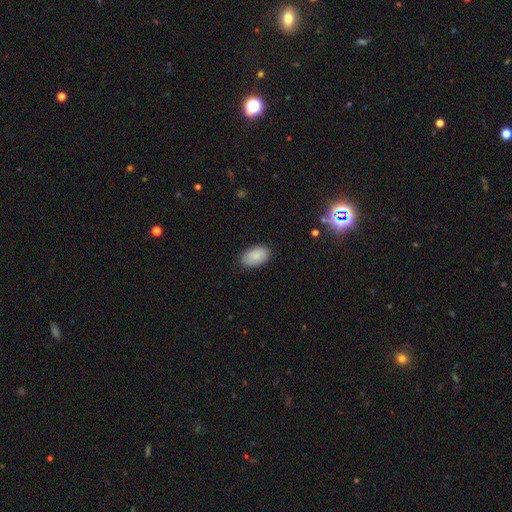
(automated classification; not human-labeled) Smooth or featured?
  - smooth: 88% *
  - star or artifact: 7%
  - featured or disk: 5%
How rounded?
  - in between: 94% *
  - round: 4%
  - cigar-shaped: 1%
Merging?
  - none: 87% *
  - minor disturbance: 10%
  - major disturbance: 2%
  - merger: 1%